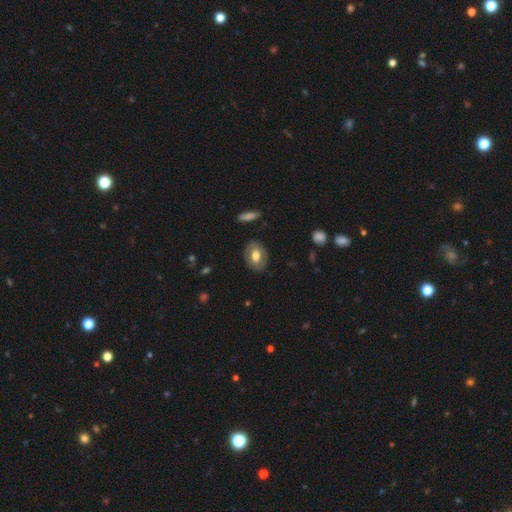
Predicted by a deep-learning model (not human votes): Smooth or featured?
  - smooth: 59% *
  - featured or disk: 34%
  - star or artifact: 7%
How rounded?
  - in between: 72% *
  - round: 26%
  - cigar-shaped: 1%
Merging?
  - none: 83% *
  - minor disturbance: 12%
  - major disturbance: 4%
  - merger: 1%